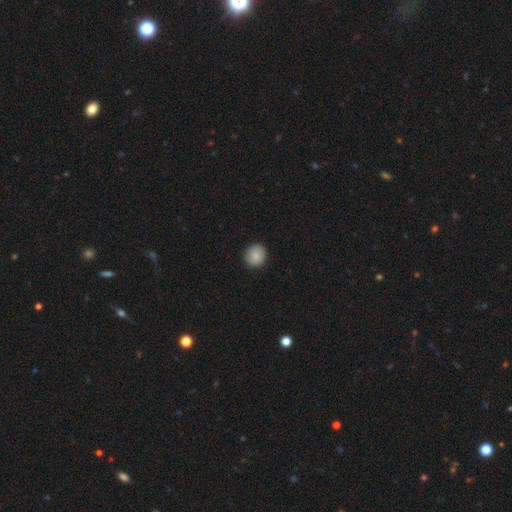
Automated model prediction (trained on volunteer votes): This is clearly a smooth galaxy (87%). How rounded: clearly round (90%). Merging: clearly none (90%).